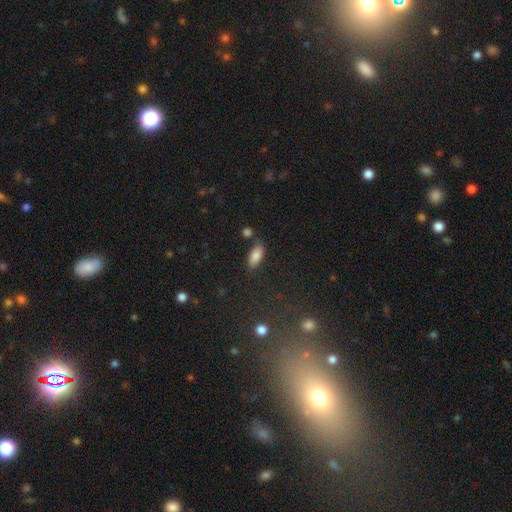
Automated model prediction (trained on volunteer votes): The model was most divided on "merging": none: 74%, minor disturbance: 14%, merger: 8%, major disturbance: 4%. More confident: how rounded — in between (88%); smooth or featured — smooth (85%).